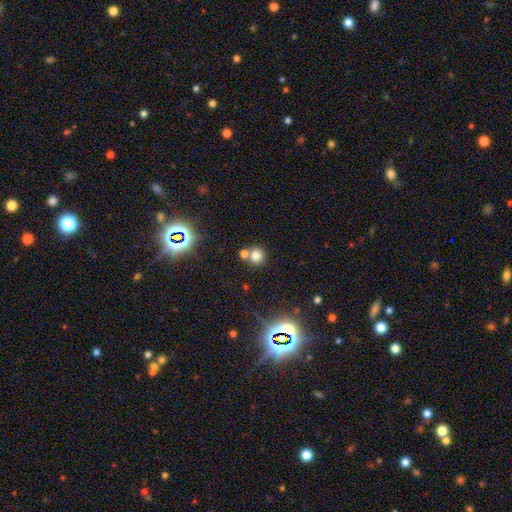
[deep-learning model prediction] Smooth or featured? Predicted: smooth (p=0.73). How rounded? Predicted: round (p=0.88). Merging? Predicted: none (p=0.60).